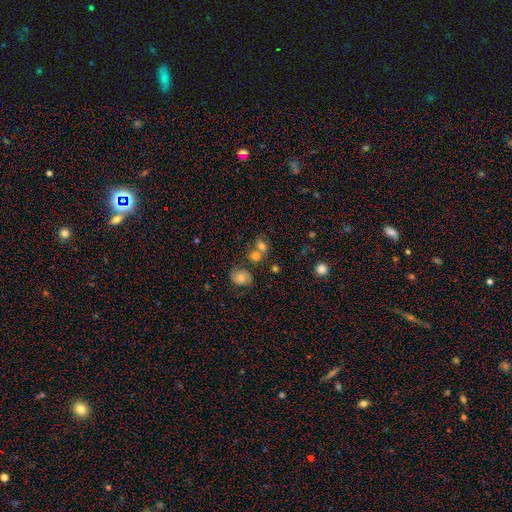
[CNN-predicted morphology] A smooth galaxy with no disk features (50%).

Vote fractions:
- Smooth or featured? smooth: 50% / featured or disk: 28% / star or artifact: 22%
- Merging? none: 53% / merger: 28% / minor disturbance: 12% / major disturbance: 6%